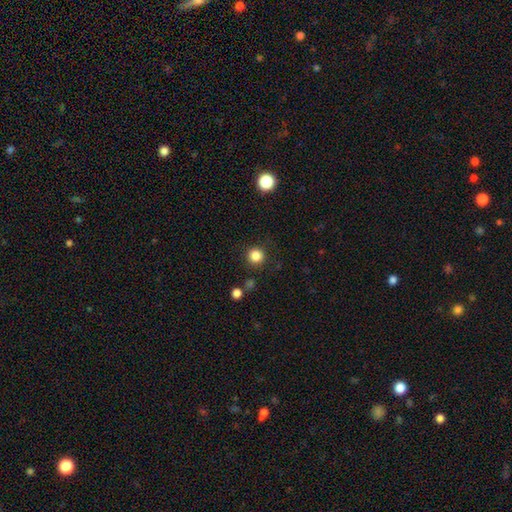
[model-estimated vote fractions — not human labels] A smooth galaxy with no disk features (84%) that is round (95%).

Vote fractions:
- Smooth or featured? smooth: 84% / star or artifact: 12% / featured or disk: 4%
- How rounded? round: 95% / in between: 4% / cigar-shaped: 1%
- Merging? none: 89% / minor disturbance: 6% / major disturbance: 2% / merger: 2%